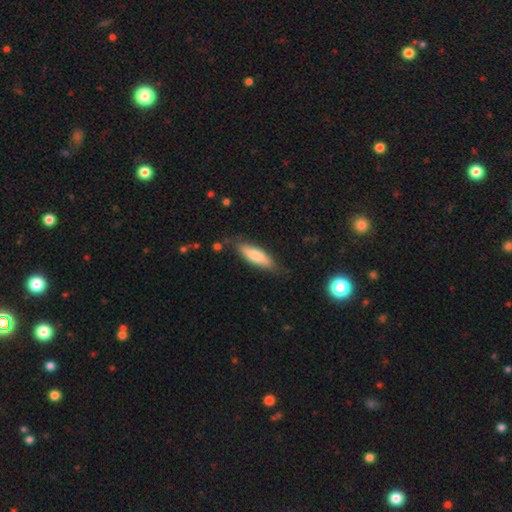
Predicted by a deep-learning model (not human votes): Q: Smooth or featured?
A: smooth (74%); runner-up: featured or disk (20%)
Q: How rounded?
A: cigar-shaped (51%); runner-up: in between (47%)
Q: Merging?
A: none (75%); runner-up: minor disturbance (18%)